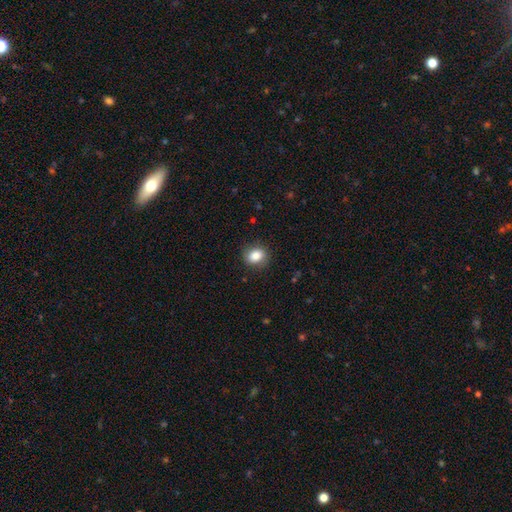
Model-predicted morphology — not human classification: smooth-or-featured: smooth: 85% | star or artifact: 9% | featured or disk: 6%
  how-rounded: round: 55% | in between: 44% | cigar-shaped: 1%
  merging: none: 84% | minor disturbance: 12% | major disturbance: 3% | merger: 1%